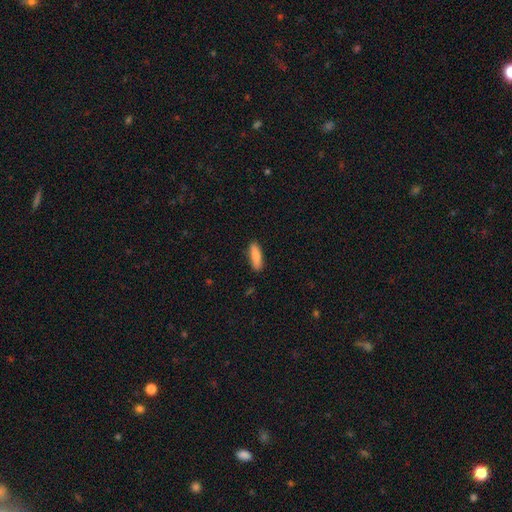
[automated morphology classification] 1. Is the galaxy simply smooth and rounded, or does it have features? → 85% smooth, 9% featured or disk, 6% star or artifact.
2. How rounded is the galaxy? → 57% cigar-shaped, 42% in between, 2% round.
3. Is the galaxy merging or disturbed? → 87% none, 10% minor disturbance, 2% major disturbance, 1% merger.